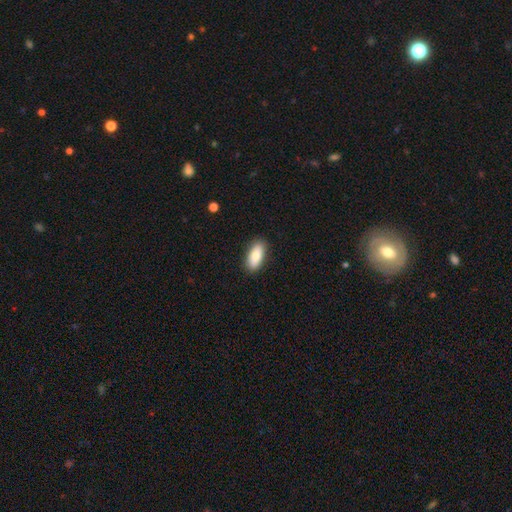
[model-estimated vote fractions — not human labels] Smooth or featured? Predicted: smooth (p=0.80). How rounded? Predicted: in between (p=0.87). Merging? Predicted: none (p=0.88).